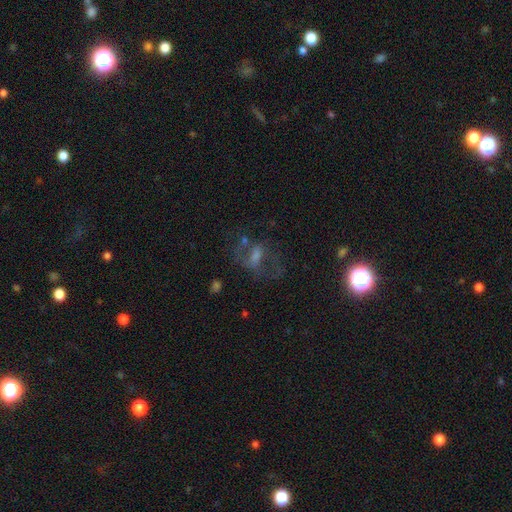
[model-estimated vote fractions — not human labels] A featured or disk galaxy (47%).

Vote fractions:
- Smooth or featured? featured or disk: 47% / smooth: 28% / star or artifact: 25%
- Merging? none: 52% / major disturbance: 25% / minor disturbance: 17% / merger: 6%